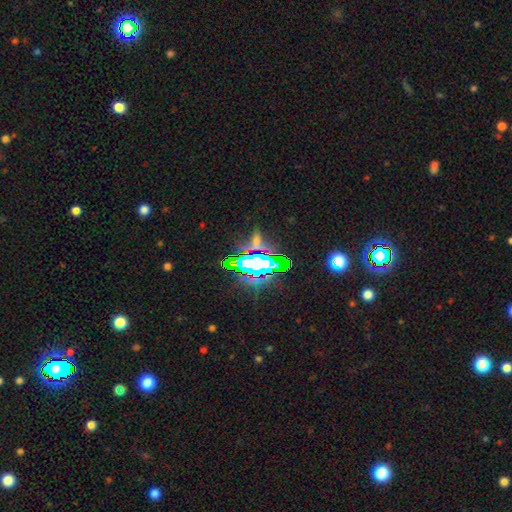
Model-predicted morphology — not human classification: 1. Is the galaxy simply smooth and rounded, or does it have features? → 67% star or artifact, 17% smooth, 16% featured or disk.